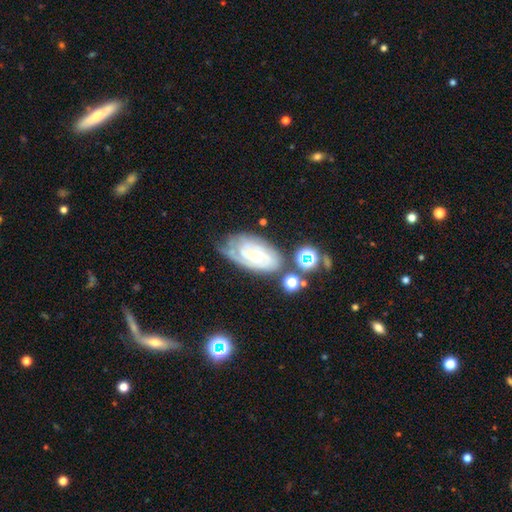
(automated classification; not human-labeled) Q: Smooth or featured?
A: featured or disk (73%); runner-up: smooth (18%)
Q: Edge-on disk?
A: no (95%); runner-up: yes (5%)
Q: Bar?
A: no (67%); runner-up: weak (26%)
Q: Spiral arms?
A: yes (93%); runner-up: no (7%)
Q: Spiral winding?
A: tight (68%); runner-up: medium (25%)
Q: Spiral arm count?
A: can't tell (40%); runner-up: 2 (27%)
Q: Bulge size?
A: small (47%); runner-up: none (24%)
Q: Merging?
A: none (56%); runner-up: minor disturbance (25%)